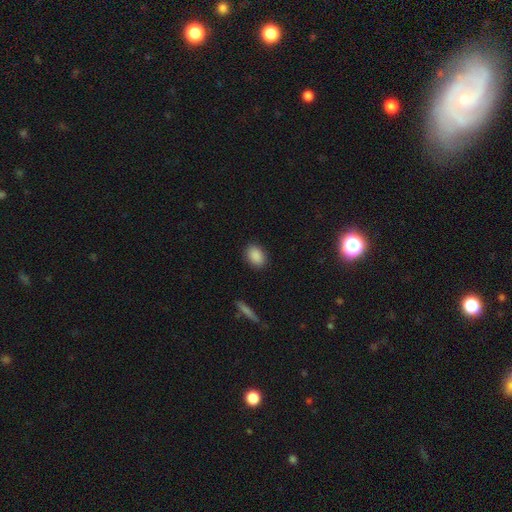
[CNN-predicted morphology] A smooth galaxy with no disk features (89%) that is in between round and cigar-shaped (78%).

Vote fractions:
- Smooth or featured? smooth: 89% / star or artifact: 7% / featured or disk: 3%
- How rounded? in between: 78% / round: 21% / cigar-shaped: 2%
- Merging? none: 88% / minor disturbance: 8% / major disturbance: 2% / merger: 1%